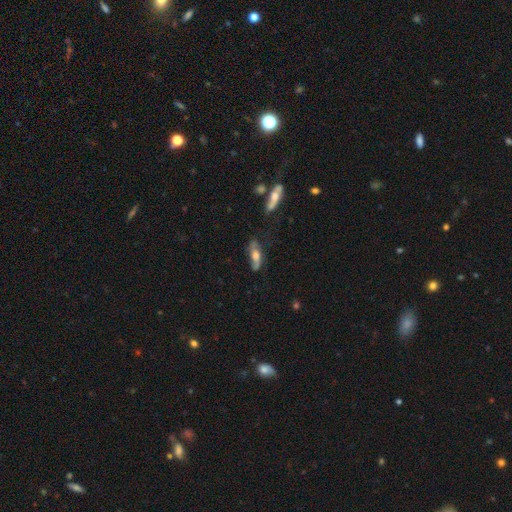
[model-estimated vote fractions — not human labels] This appears to be a featured or disk galaxy (50%). Merging: none (60%).